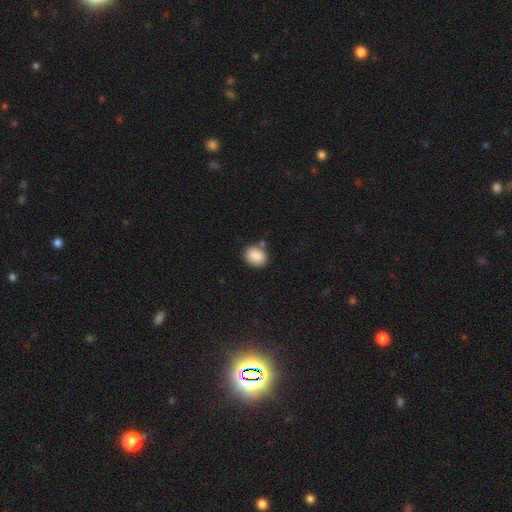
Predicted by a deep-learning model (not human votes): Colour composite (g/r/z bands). It shows a smooth galaxy with no disk features (86%) that is in between round and cigar-shaped (50%). Merging: none (74%).